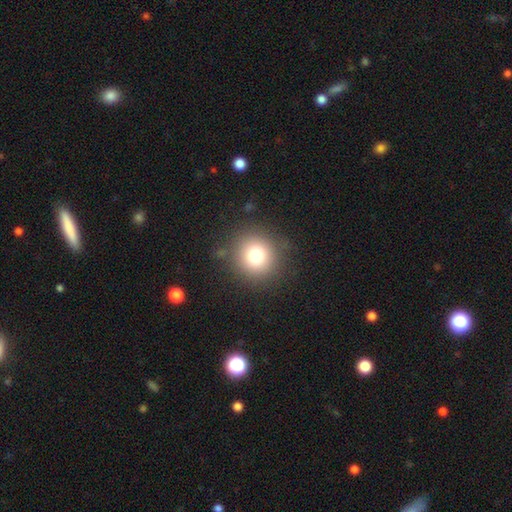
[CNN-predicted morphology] A smooth galaxy with no disk features (76%) that is round (92%).

Vote fractions:
- Smooth or featured? smooth: 76% / star or artifact: 14% / featured or disk: 10%
- How rounded? round: 92% / in between: 7% / cigar-shaped: 1%
- Merging? none: 87% / minor disturbance: 8% / major disturbance: 4% / merger: 2%